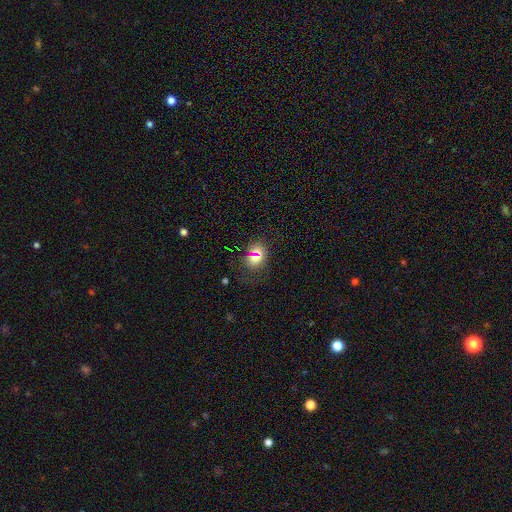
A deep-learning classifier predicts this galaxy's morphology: smooth 64%, star or artifact 24%, featured or disk 12%. Down the decision tree: how rounded — round (62%); merging — none (76%).